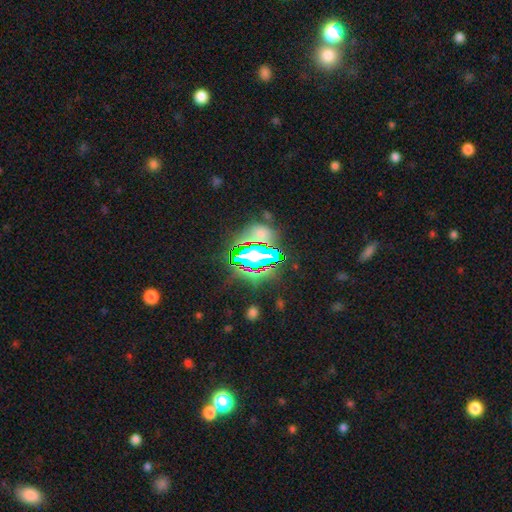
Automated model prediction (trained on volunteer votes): Smooth or featured: star or artifact — 78% (smooth — 13%)